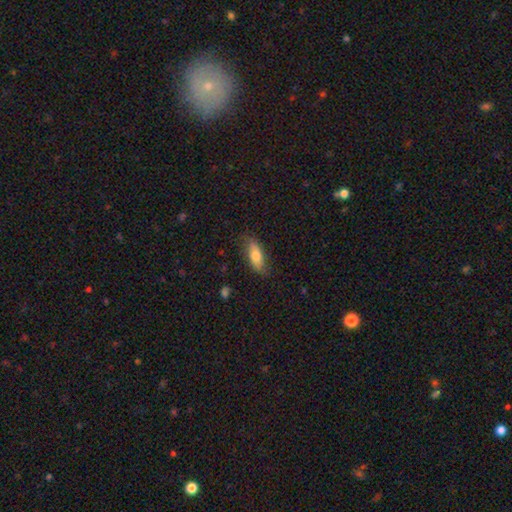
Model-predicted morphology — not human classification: Smooth or featured? smooth (73%)
How rounded? in between (72%)
Merging? none (79%)